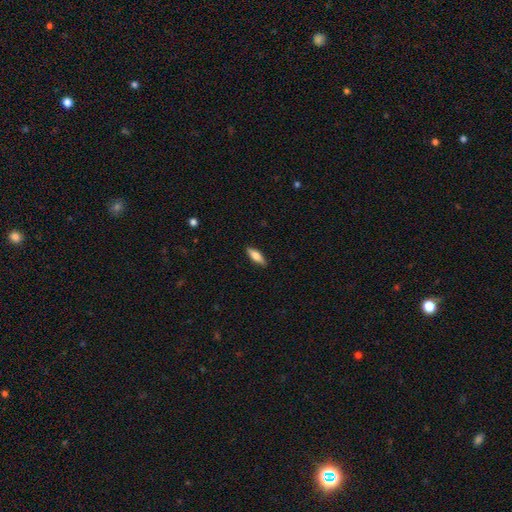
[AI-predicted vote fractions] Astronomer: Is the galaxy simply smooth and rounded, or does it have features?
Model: smooth — 62%.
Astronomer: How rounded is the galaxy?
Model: cigar-shaped — 51% (runner-up: in between, 46%).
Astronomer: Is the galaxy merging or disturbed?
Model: none — 89%.